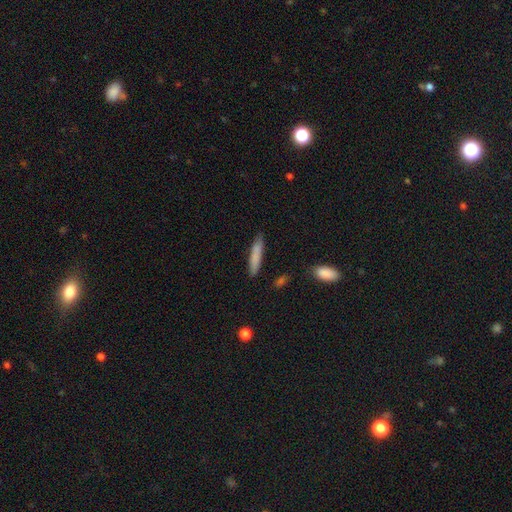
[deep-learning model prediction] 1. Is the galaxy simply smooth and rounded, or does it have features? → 80% smooth, 14% featured or disk, 6% star or artifact.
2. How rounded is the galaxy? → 88% cigar-shaped, 11% in between, 1% round.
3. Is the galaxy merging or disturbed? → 83% none, 12% minor disturbance, 2% major disturbance, 2% merger.